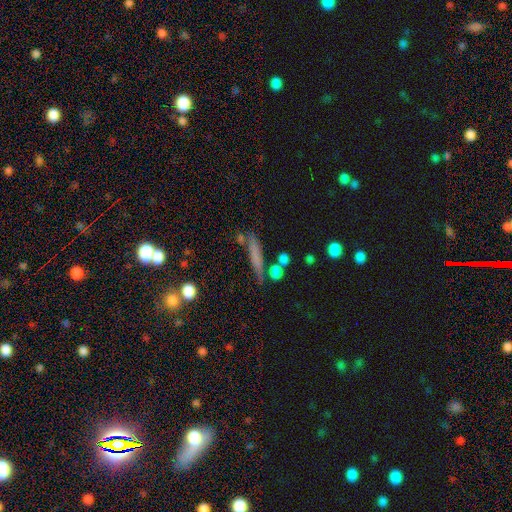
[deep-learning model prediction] Q: Smooth or featured?
A: smooth (63%); runner-up: featured or disk (25%)
Q: How rounded?
A: cigar-shaped (85%); runner-up: in between (10%)
Q: Merging?
A: none (69%); runner-up: minor disturbance (15%)